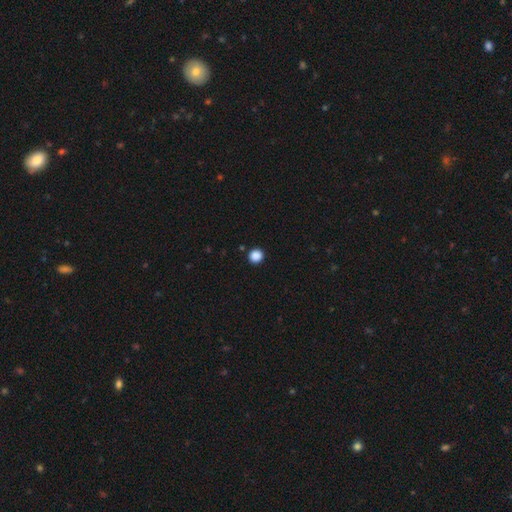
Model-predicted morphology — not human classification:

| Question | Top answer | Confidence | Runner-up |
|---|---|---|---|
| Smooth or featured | smooth | 88% | star or artifact (10%) |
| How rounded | round | 92% | in between (7%) |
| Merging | none | 92% | minor disturbance (5%) |